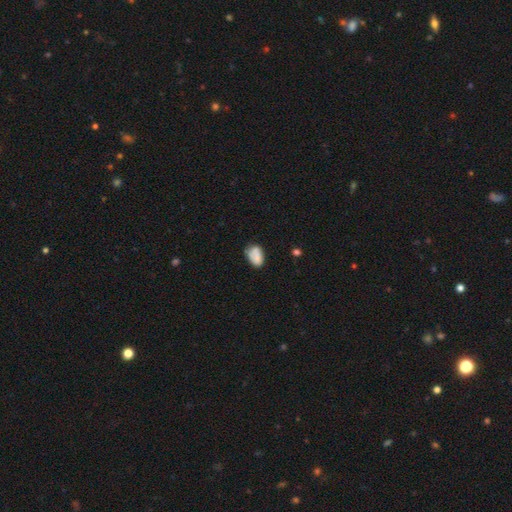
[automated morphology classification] Overall: smooth (80%). How rounded: in between (87%). Merging: none (61%; minor disturbance 26%).